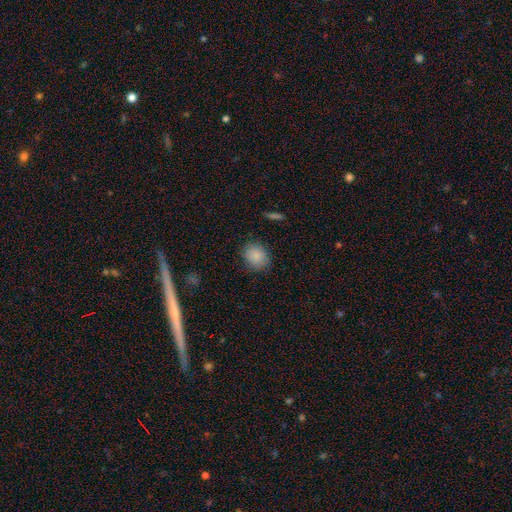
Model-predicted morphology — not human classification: smooth 87%, star or artifact 8%, featured or disk 5%. Down the decision tree: how rounded — round (60%); merging — none (83%).